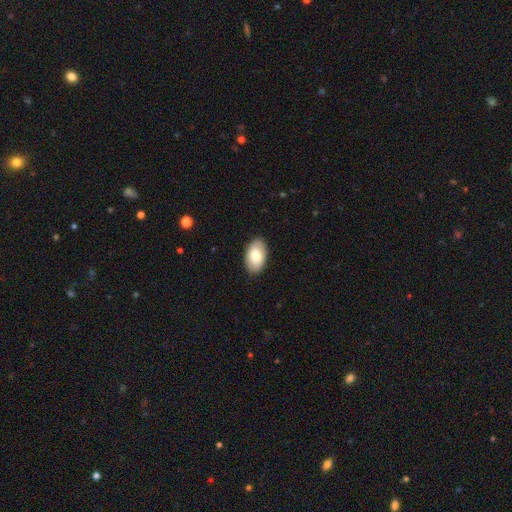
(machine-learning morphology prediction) A smooth galaxy with no disk features (80%) that is in between round and cigar-shaped (94%).

Vote fractions:
- Smooth or featured? smooth: 80% / featured or disk: 14% / star or artifact: 6%
- How rounded? in between: 94% / round: 5% / cigar-shaped: 1%
- Merging? none: 88% / minor disturbance: 9% / major disturbance: 2% / merger: 1%